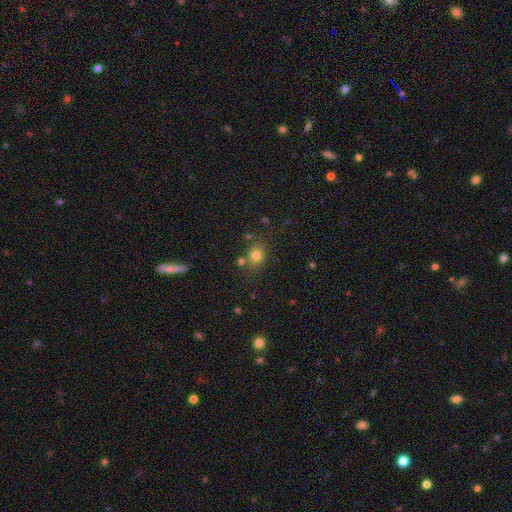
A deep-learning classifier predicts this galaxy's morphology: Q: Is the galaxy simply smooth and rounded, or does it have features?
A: smooth — 76%.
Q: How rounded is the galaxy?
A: round — 59%.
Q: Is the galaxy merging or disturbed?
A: none — 72%.